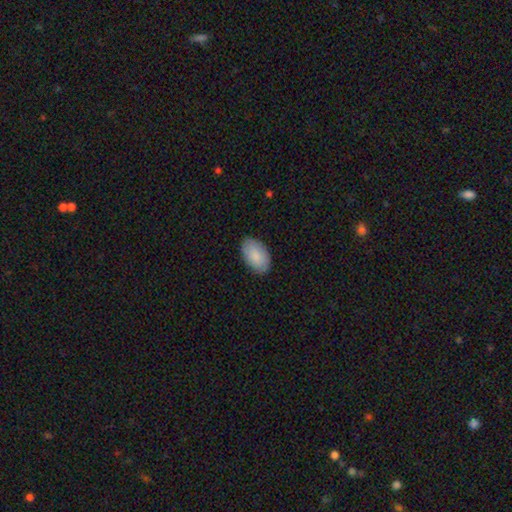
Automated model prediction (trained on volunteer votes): smooth-or-featured: smooth: 86% | featured or disk: 8% | star or artifact: 6%
  how-rounded: in between: 94% | round: 4% | cigar-shaped: 1%
  merging: none: 85% | minor disturbance: 12% | major disturbance: 2% | merger: 1%